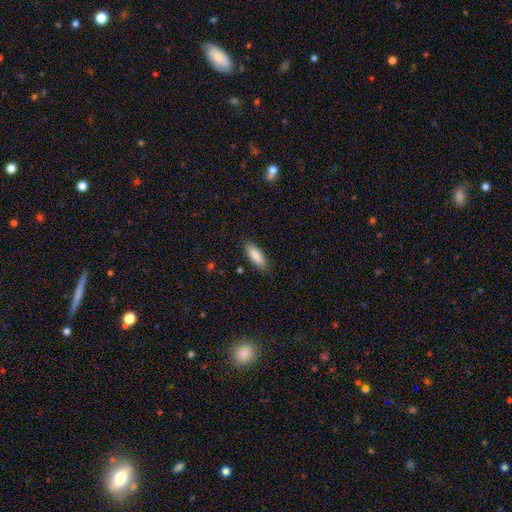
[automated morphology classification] Q: Smooth or featured?
A: smooth (87%); runner-up: featured or disk (7%)
Q: How rounded?
A: in between (67%); runner-up: cigar-shaped (32%)
Q: Merging?
A: none (85%); runner-up: minor disturbance (11%)